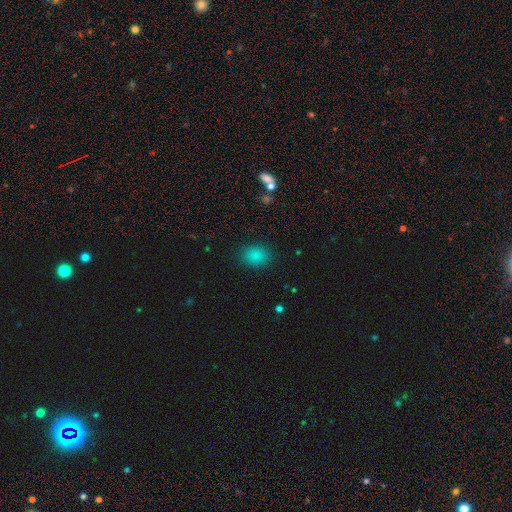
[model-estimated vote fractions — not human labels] This appears to be a smooth galaxy with no disk features (83%) that is in between round and cigar-shaped (57%). Merging: none (87%).